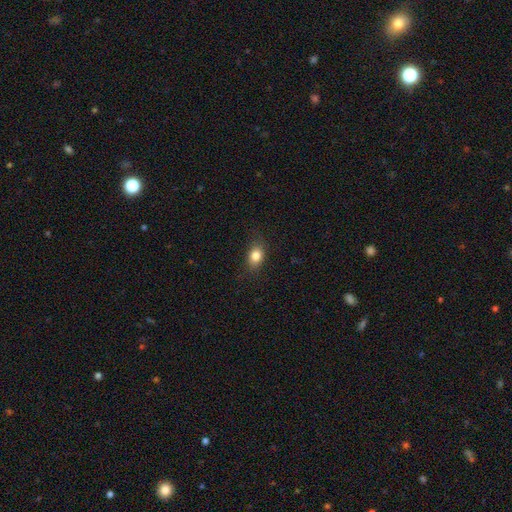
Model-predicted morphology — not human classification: Overall: smooth (83%). How rounded: in between (70%). Merging: none (83%).